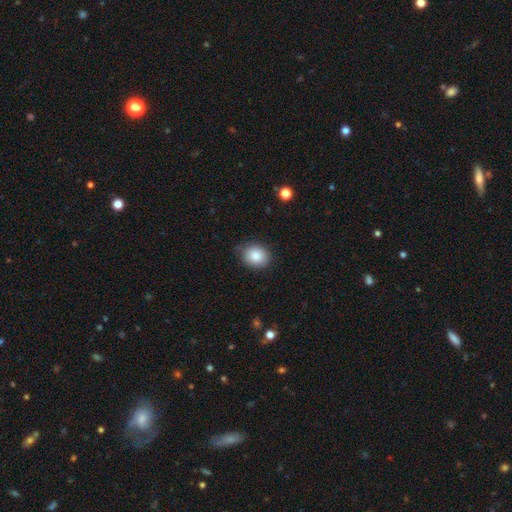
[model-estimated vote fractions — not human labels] This is clearly a smooth galaxy (86%). How rounded: possibly round (53%). Merging: likely none (77%).